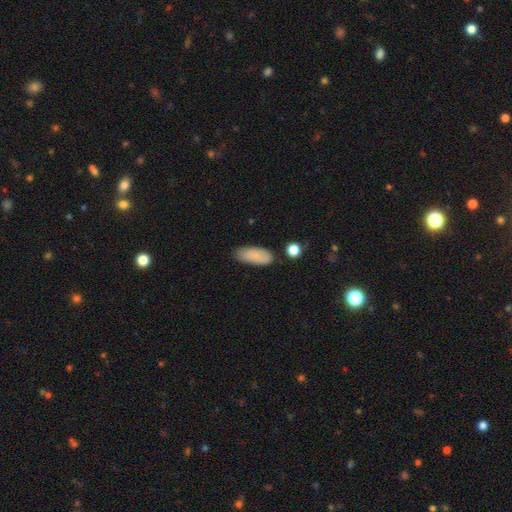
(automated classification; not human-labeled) Smooth or featured? smooth (85%)
How rounded? in between (82%)
Merging? none (76%)